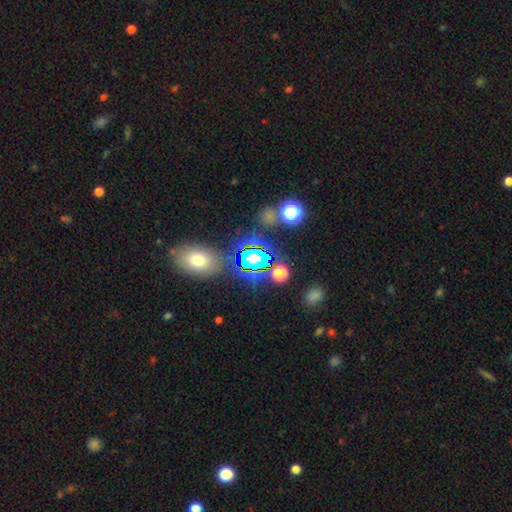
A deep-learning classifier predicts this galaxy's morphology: Overall: star or artifact (69%).